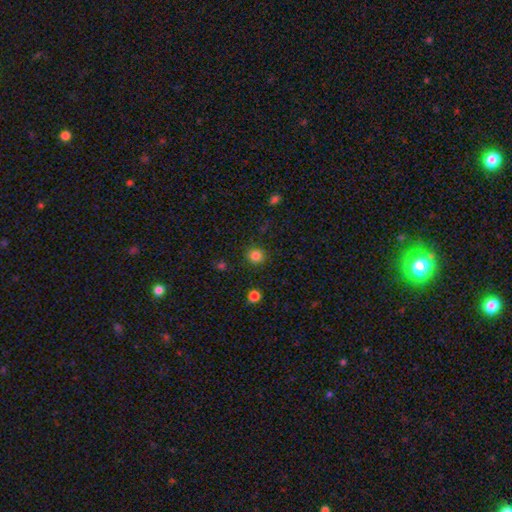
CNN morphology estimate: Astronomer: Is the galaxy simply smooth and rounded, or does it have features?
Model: smooth — 83%.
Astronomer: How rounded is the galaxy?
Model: round — 91%.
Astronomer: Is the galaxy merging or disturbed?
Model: none — 90%.